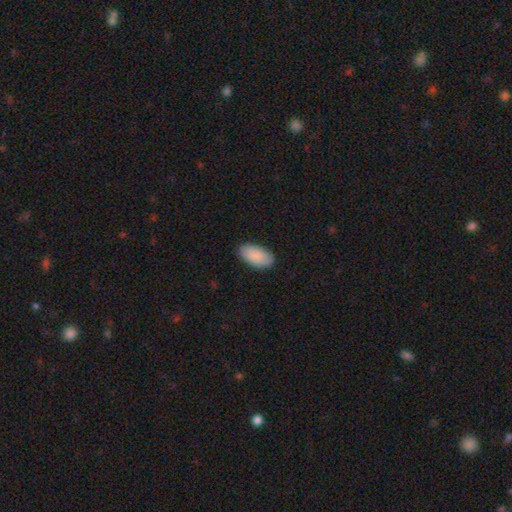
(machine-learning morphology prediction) type=smooth (90%); roundness=in between (96%); merging=none (87%).